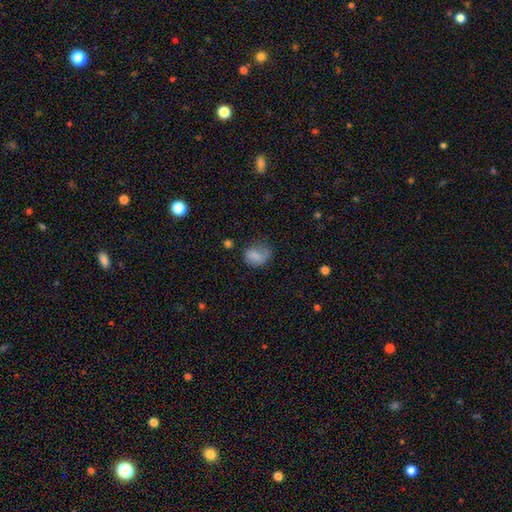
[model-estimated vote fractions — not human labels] Smooth or featured?
  - smooth: 80% *
  - featured or disk: 10%
  - star or artifact: 10%
How rounded?
  - in between: 66% *
  - round: 33%
  - cigar-shaped: 1%
Merging?
  - none: 48% *
  - minor disturbance: 33%
  - major disturbance: 17%
  - merger: 3%